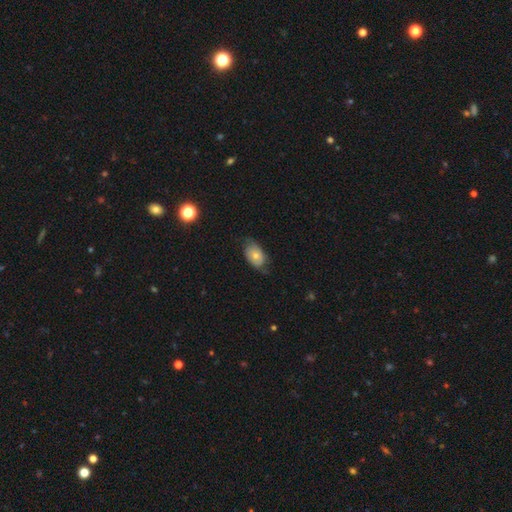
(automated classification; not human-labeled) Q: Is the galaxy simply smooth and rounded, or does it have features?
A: smooth — 66%.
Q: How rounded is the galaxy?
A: in between — 87%.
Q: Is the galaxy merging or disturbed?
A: none — 61%.